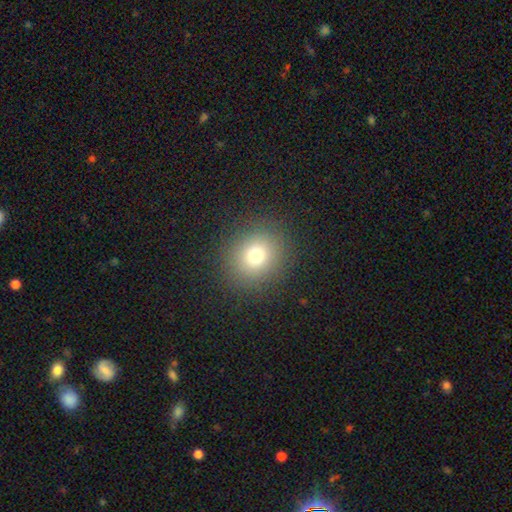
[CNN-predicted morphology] smooth-or-featured: smooth: 74% | star or artifact: 16% | featured or disk: 10%
  how-rounded: round: 81% | in between: 18% | cigar-shaped: 1%
  merging: none: 89% | minor disturbance: 7% | major disturbance: 4% | merger: 1%